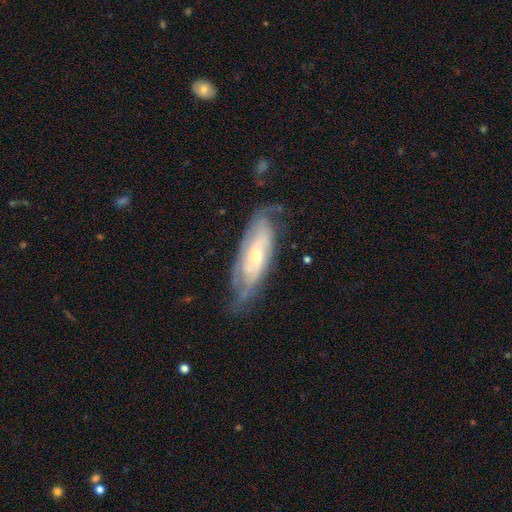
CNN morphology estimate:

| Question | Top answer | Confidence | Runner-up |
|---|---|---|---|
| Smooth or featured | featured or disk | 76% | smooth (18%) |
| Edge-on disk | no | 84% | yes (16%) |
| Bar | no | 65% | weak (28%) |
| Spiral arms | yes | 88% | no (12%) |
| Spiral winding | tight | 56% | medium (33%) |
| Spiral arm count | can't tell | 46% | 2 (34%) |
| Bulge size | small | 54% | moderate (41%) |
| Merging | none | 63% | minor disturbance (25%) |